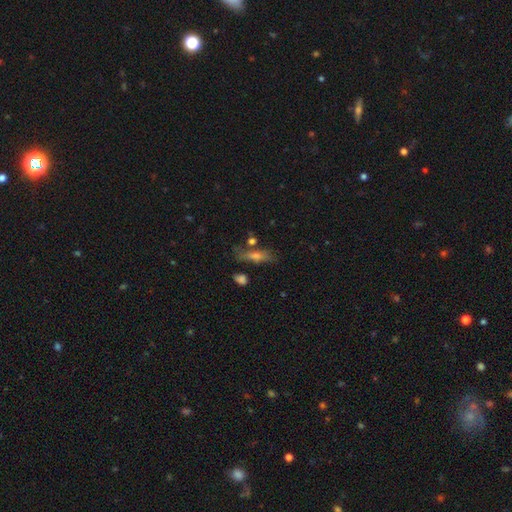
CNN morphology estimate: Smooth or featured?
  - smooth: 49% *
  - featured or disk: 36%
  - star or artifact: 15%
Merging?
  - none: 66% *
  - minor disturbance: 17%
  - merger: 10%
  - major disturbance: 7%